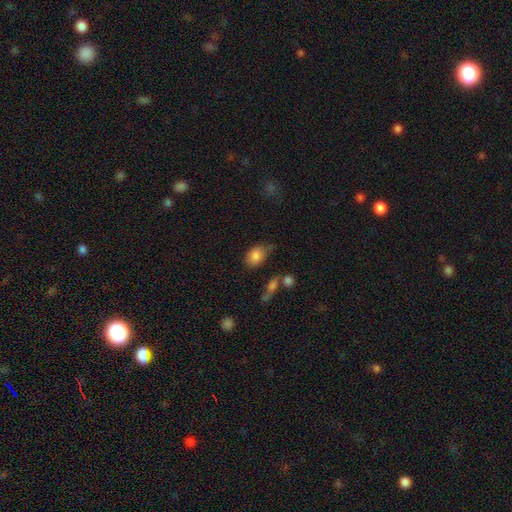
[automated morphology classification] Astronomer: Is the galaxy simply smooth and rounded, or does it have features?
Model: smooth — 82%.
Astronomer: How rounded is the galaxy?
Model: in between — 79%.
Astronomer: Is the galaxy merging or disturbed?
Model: none — 61%.